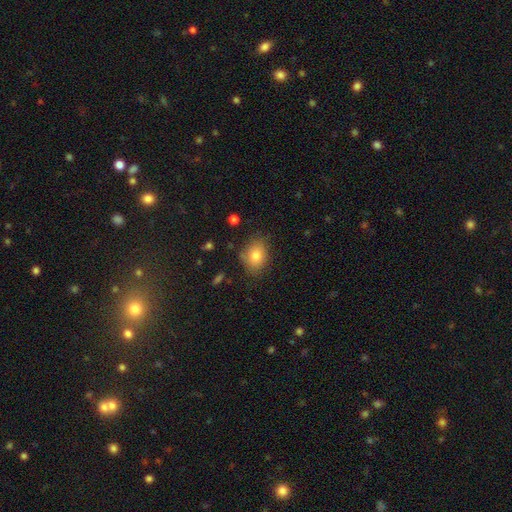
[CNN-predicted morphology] This appears to be a smooth galaxy with no disk features (80%) that is in between round and cigar-shaped (61%). Merging: none (75%).